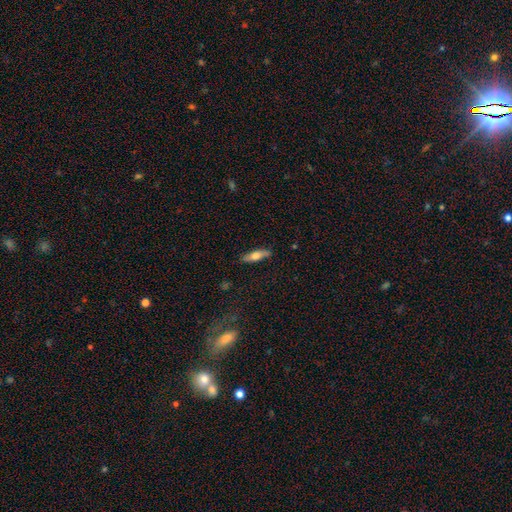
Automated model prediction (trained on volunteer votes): Smooth or featured?
  - smooth: 60% *
  - featured or disk: 34%
  - star or artifact: 6%
How rounded?
  - cigar-shaped: 57% *
  - in between: 40%
  - round: 2%
Merging?
  - none: 85% *
  - minor disturbance: 12%
  - major disturbance: 2%
  - merger: 1%